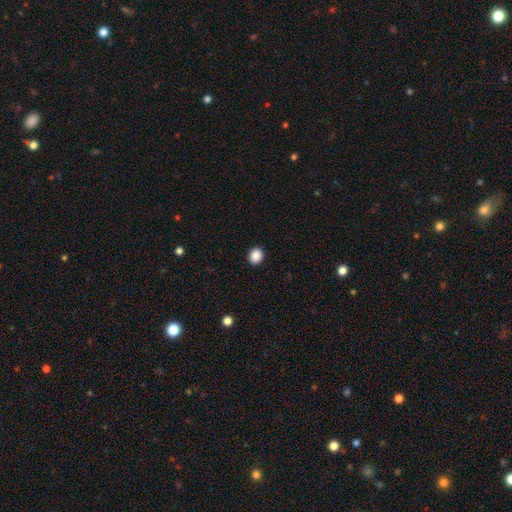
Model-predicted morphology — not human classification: Smooth or featured: smooth — 88% (star or artifact — 9%)
How rounded: round — 72% (in between — 27%)
Merging: none — 92% (minor disturbance — 6%)